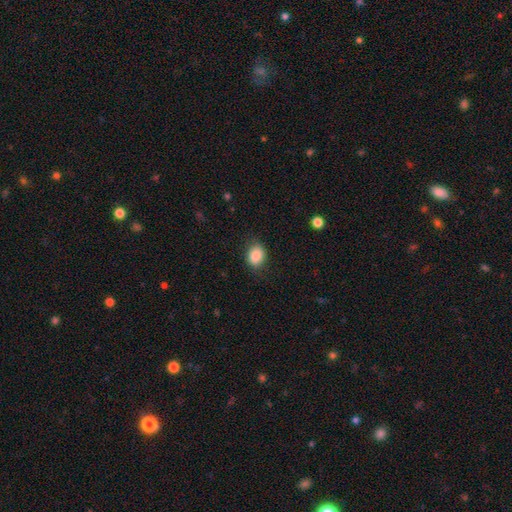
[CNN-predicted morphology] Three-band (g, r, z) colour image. It shows a smooth galaxy with no disk features (87%) that is in between round and cigar-shaped (60%). Merging: none (78%).